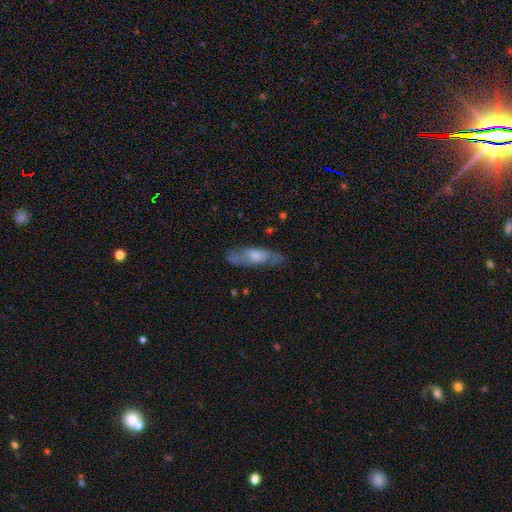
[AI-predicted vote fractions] A smooth galaxy with no disk features (48%).

Vote fractions:
- Smooth or featured? smooth: 48% / featured or disk: 45% / star or artifact: 7%
- Merging? none: 68% / minor disturbance: 21% / major disturbance: 9% / merger: 2%